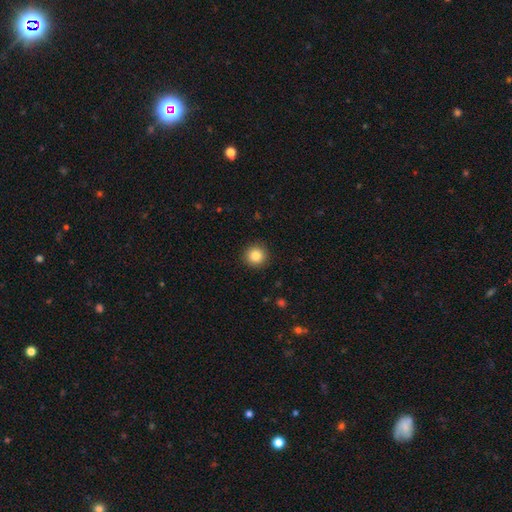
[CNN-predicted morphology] Smooth or featured? Predicted: smooth (p=0.85). How rounded? Predicted: round (p=0.95). Merging? Predicted: none (p=0.92).